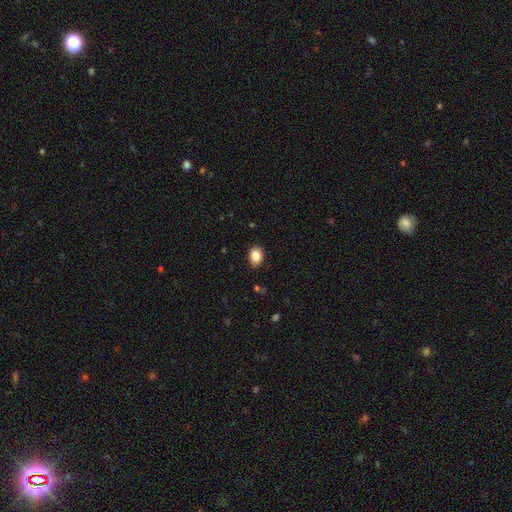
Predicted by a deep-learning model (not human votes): smooth-or-featured: smooth: 86% | star or artifact: 8% | featured or disk: 5%
  how-rounded: in between: 72% | round: 27% | cigar-shaped: 1%
  merging: none: 89% | minor disturbance: 8% | major disturbance: 2% | merger: 1%